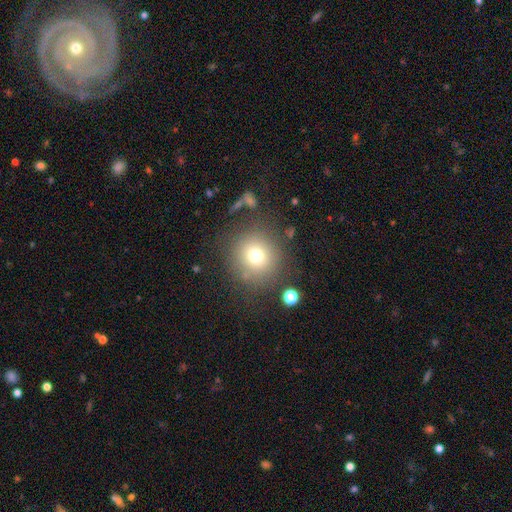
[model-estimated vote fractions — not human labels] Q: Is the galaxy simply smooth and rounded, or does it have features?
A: smooth — 73%.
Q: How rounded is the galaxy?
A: round — 93%.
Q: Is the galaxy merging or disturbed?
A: none — 80%.